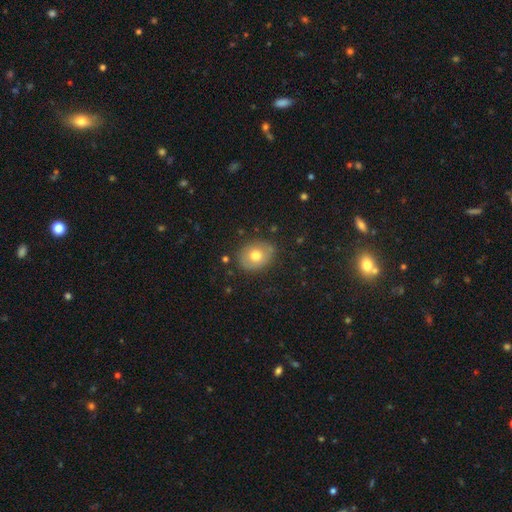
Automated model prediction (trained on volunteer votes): smooth_or_featured: smooth (p=0.72) [alt: featured or disk p=0.19]
how_rounded: in between (p=0.50) [alt: round p=0.49]
merging: none (p=0.83) [alt: minor disturbance p=0.12]